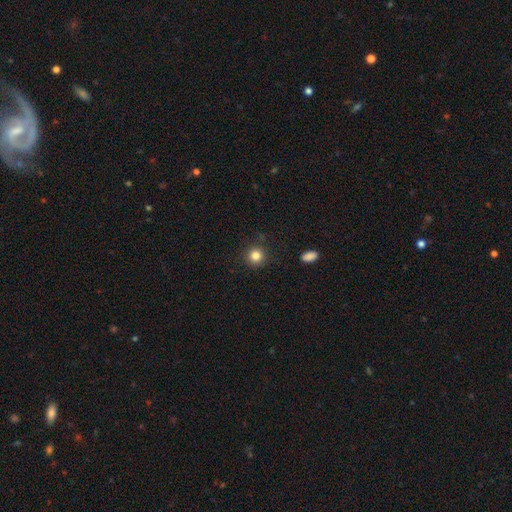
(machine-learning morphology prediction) type=smooth (84%); roundness=round (93%); merging=none (89%).